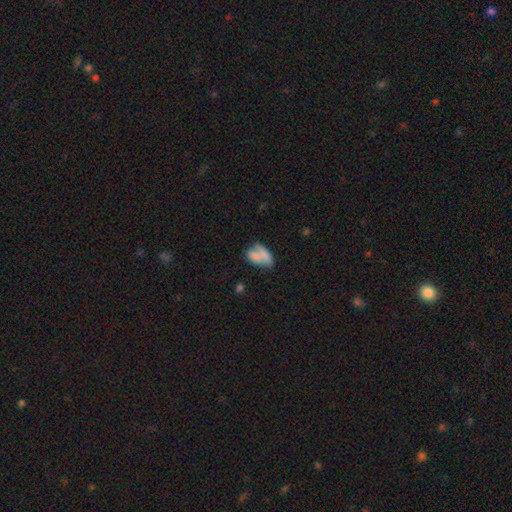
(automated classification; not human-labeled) Smooth or featured? Predicted: smooth (p=0.68). How rounded? Predicted: in between (p=0.86). Merging? Predicted: none (p=0.33).